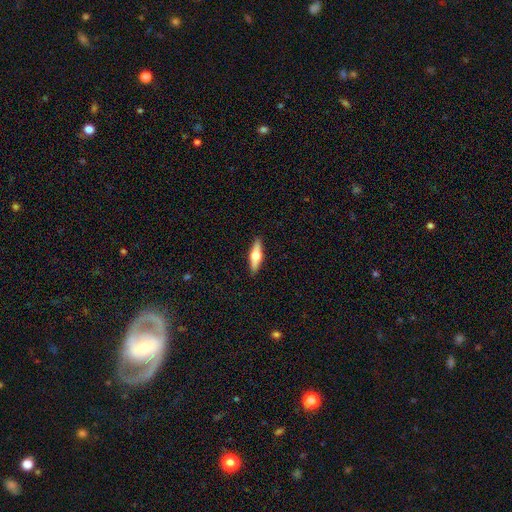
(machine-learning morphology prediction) A featured or disk galaxy (54%) viewed edge-on (94%) with a rounded central bulge (95%).

Vote fractions:
- Smooth or featured? featured or disk: 54% / smooth: 40% / star or artifact: 6%
- Edge-on disk? yes: 94% / no: 6%
- Edge-on bulge? rounded: 95% / boxy: 3% / none: 2%
- Merging? none: 91% / minor disturbance: 7% / major disturbance: 1% / merger: 1%